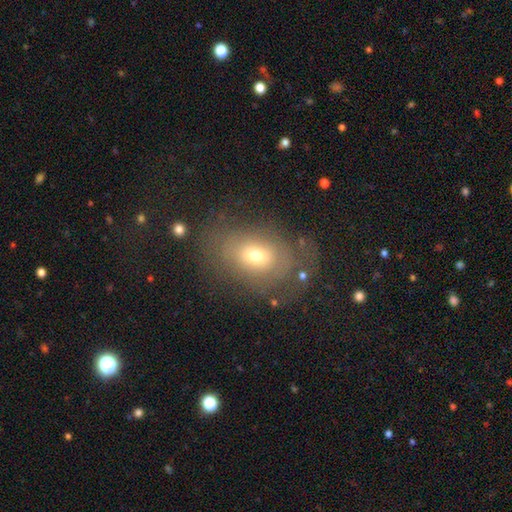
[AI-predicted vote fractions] Morphology: type=smooth (55%); roundness=in between (76%); merging=none (66%).